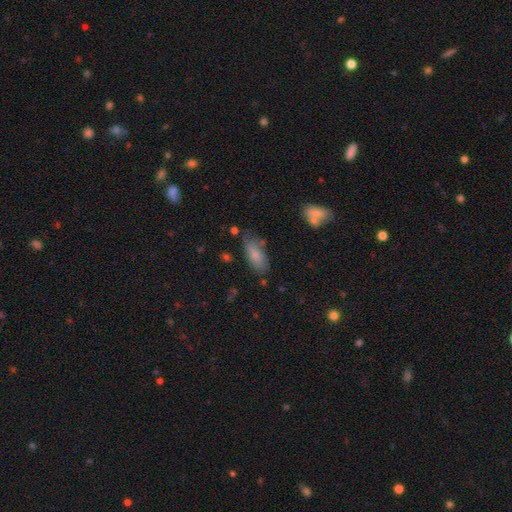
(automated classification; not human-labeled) smooth-or-featured: smooth: 81% | featured or disk: 12% | star or artifact: 7%
  how-rounded: in between: 80% | cigar-shaped: 18% | round: 2%
  merging: none: 64% | minor disturbance: 24% | major disturbance: 7% | merger: 5%